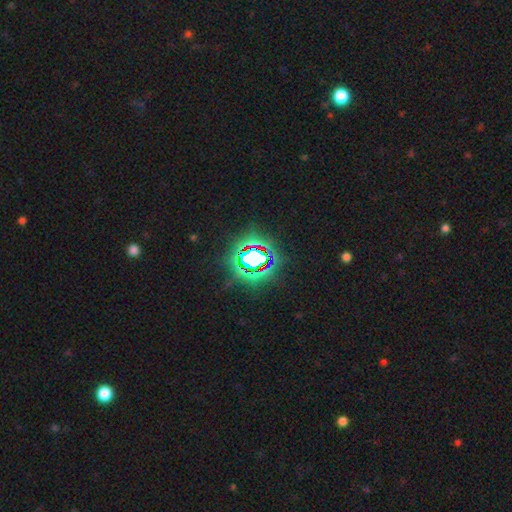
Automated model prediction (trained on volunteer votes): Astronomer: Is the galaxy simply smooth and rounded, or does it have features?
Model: star or artifact — 74%.